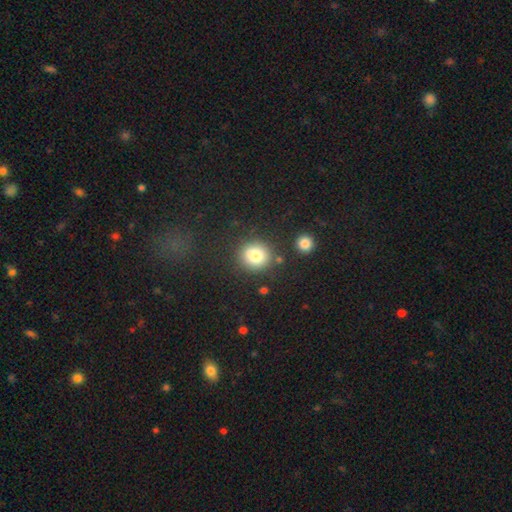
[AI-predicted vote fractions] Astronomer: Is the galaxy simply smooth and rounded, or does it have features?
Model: smooth — 80%.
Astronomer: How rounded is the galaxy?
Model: round — 84%.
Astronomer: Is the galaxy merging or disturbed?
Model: none — 81%.